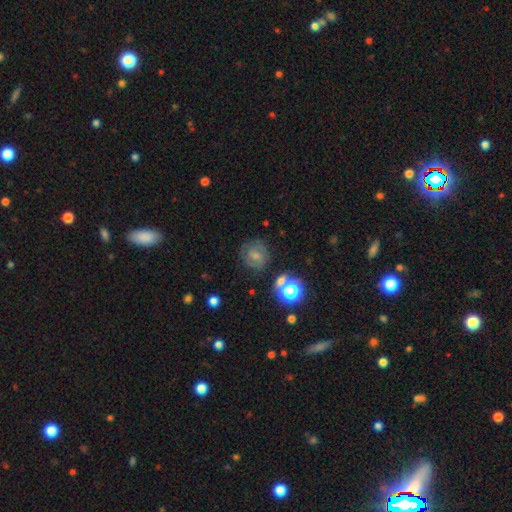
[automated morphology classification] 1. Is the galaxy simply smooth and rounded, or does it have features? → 50% featured or disk, 35% smooth, 15% star or artifact.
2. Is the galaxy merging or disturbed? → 71% none, 16% minor disturbance, 8% major disturbance, 4% merger.